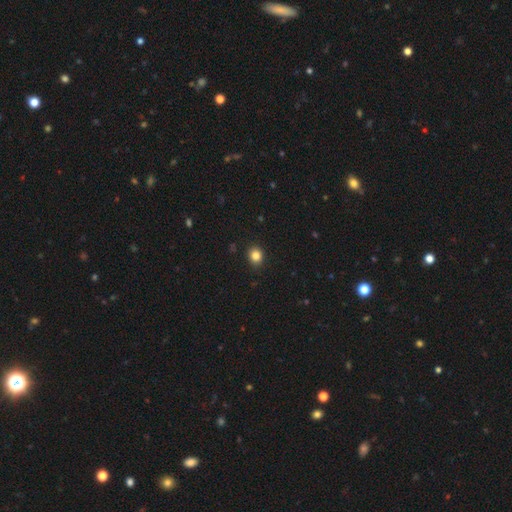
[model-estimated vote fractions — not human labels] A smooth galaxy with no disk features (84%) that is round (66%).

Vote fractions:
- Smooth or featured? smooth: 84% / star or artifact: 11% / featured or disk: 5%
- How rounded? round: 66% / in between: 33% / cigar-shaped: 1%
- Merging? none: 91% / minor disturbance: 7% / major disturbance: 2% / merger: 1%